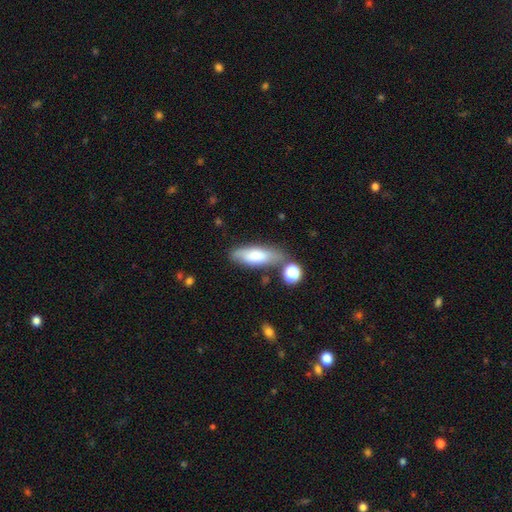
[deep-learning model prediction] The model was most divided on "how rounded": in between: 60%, cigar-shaped: 37%, round: 3%. More confident: smooth or featured — smooth (73%); merging — none (64%).